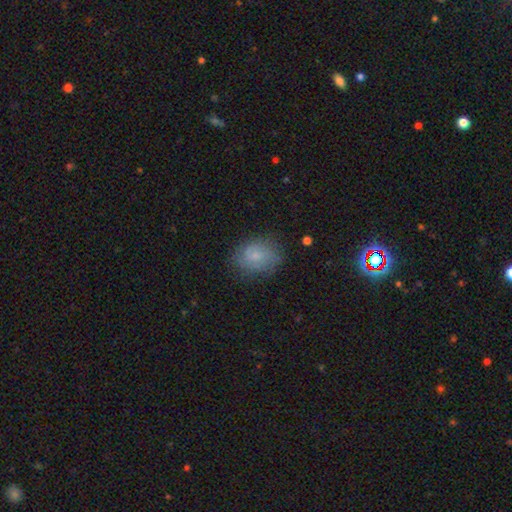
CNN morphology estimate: Smooth or featured: smooth — 63% (featured or disk — 27%)
How rounded: in between — 55% (round — 44%)
Merging: none — 72% (minor disturbance — 20%)